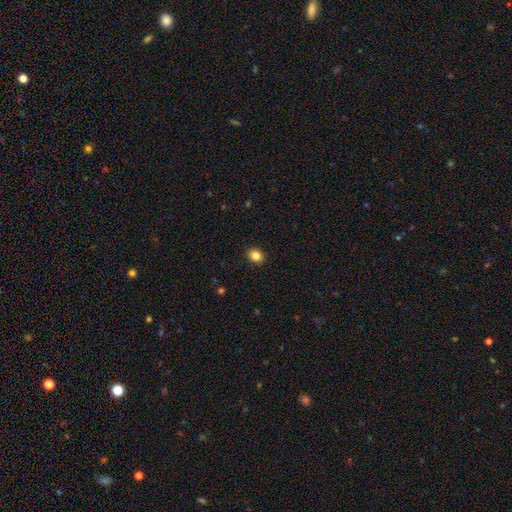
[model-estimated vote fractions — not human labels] Overall: smooth (85%). How rounded: in between (52%; round 47%). Merging: none (91%).